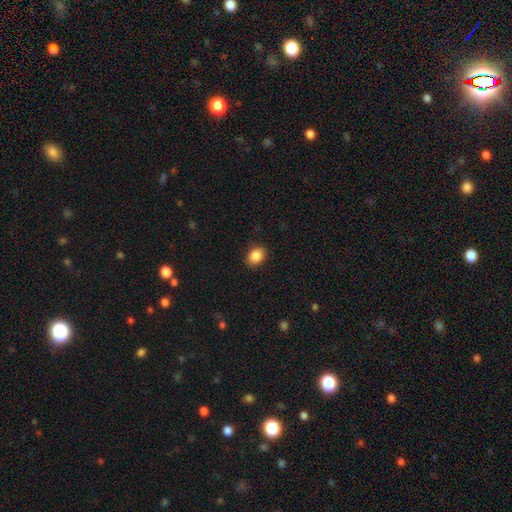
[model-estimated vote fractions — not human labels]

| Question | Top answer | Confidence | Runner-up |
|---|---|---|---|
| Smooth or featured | smooth | 87% | star or artifact (9%) |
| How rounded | in between | 59% | round (40%) |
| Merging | none | 87% | minor disturbance (10%) |